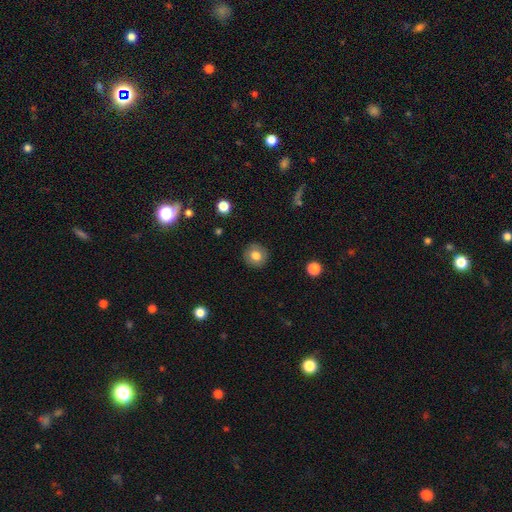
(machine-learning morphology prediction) Smooth or featured? Predicted: smooth (p=0.79). How rounded? Predicted: round (p=0.92). Merging? Predicted: none (p=0.90).